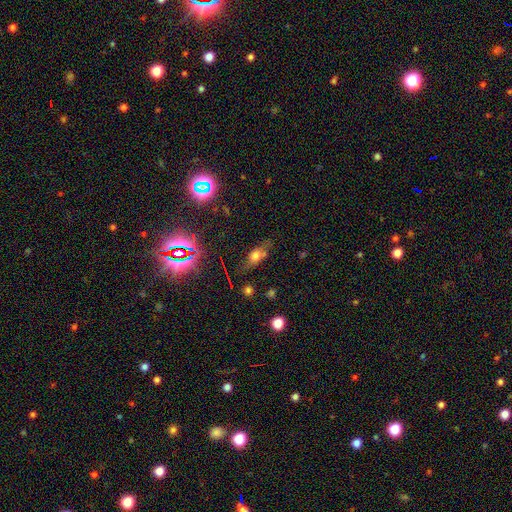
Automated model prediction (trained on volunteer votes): A smooth galaxy with no disk features (53%) that is in between round and cigar-shaped (63%).

Vote fractions:
- Smooth or featured? smooth: 53% / featured or disk: 28% / star or artifact: 19%
- How rounded? in between: 63% / cigar-shaped: 22% / round: 15%
- Merging? none: 62% / minor disturbance: 21% / major disturbance: 9% / merger: 8%